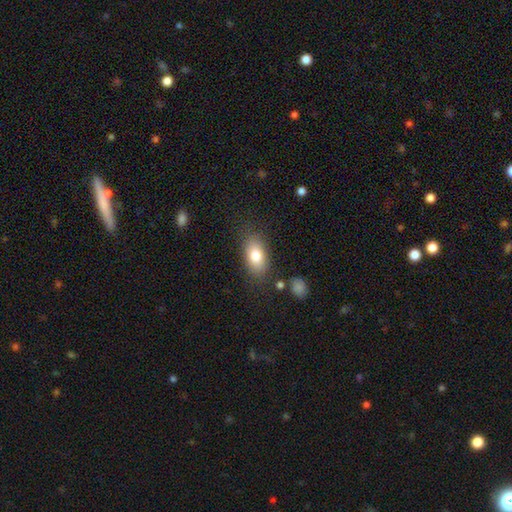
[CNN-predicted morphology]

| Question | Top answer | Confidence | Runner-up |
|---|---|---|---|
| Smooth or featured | smooth | 79% | featured or disk (13%) |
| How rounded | in between | 89% | round (7%) |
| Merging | none | 80% | minor disturbance (13%) |